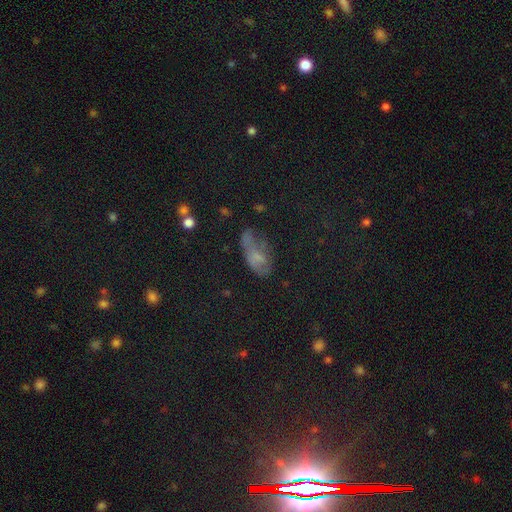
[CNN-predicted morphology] smooth-or-featured: smooth: 48% | star or artifact: 29% | featured or disk: 23%
  merging: none: 40% | minor disturbance: 29% | major disturbance: 24% | merger: 7%